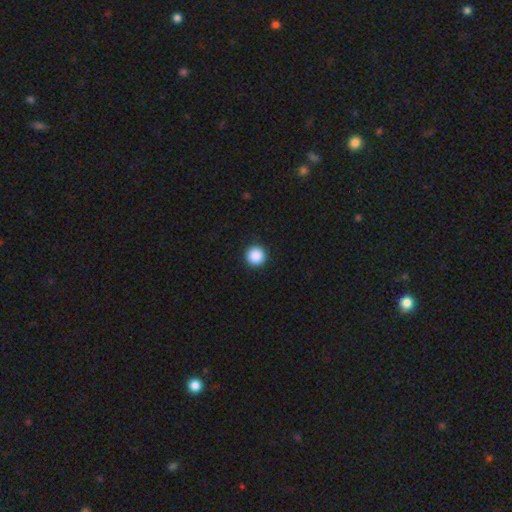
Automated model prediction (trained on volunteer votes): This is clearly a smooth galaxy (89%). How rounded: clearly round (96%). Merging: clearly none (93%).